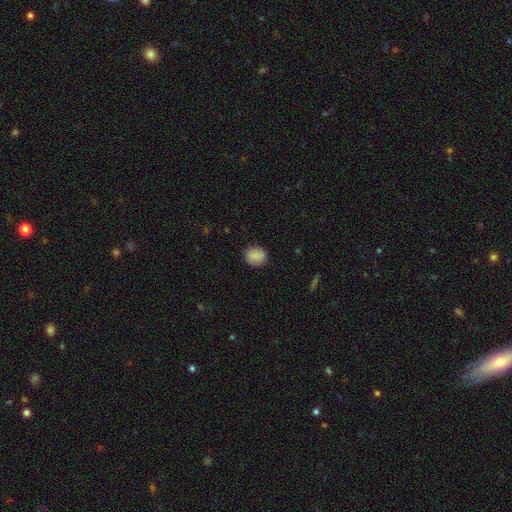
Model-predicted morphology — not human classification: smooth-or-featured: smooth: 87% | star or artifact: 8% | featured or disk: 5%
  how-rounded: round: 81% | in between: 18% | cigar-shaped: 1%
  merging: none: 87% | minor disturbance: 9% | major disturbance: 2% | merger: 1%